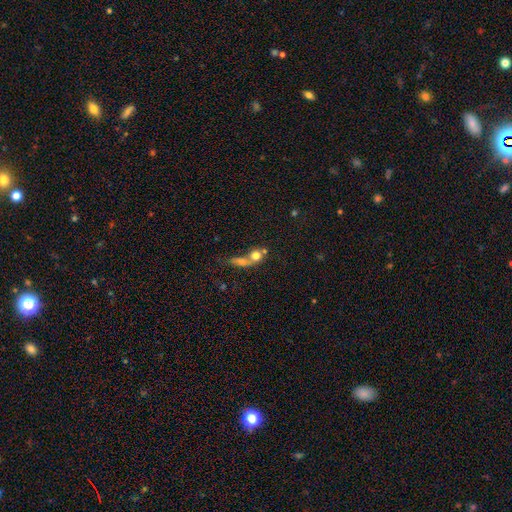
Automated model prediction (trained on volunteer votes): Smooth or featured?
  - smooth: 69% *
  - featured or disk: 18%
  - star or artifact: 13%
How rounded?
  - round: 70% *
  - in between: 25%
  - cigar-shaped: 5%
Merging?
  - merger: 61% *
  - none: 23%
  - major disturbance: 9%
  - minor disturbance: 7%